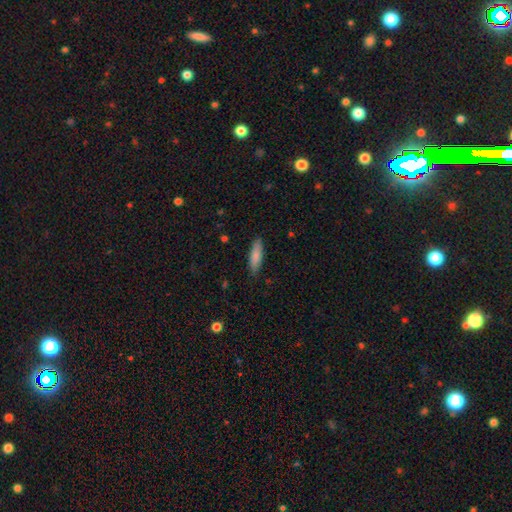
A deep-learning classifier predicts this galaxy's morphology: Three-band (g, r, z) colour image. It shows a smooth galaxy with no disk features (85%) that is cigar-shaped (61%). Merging: none (86%).